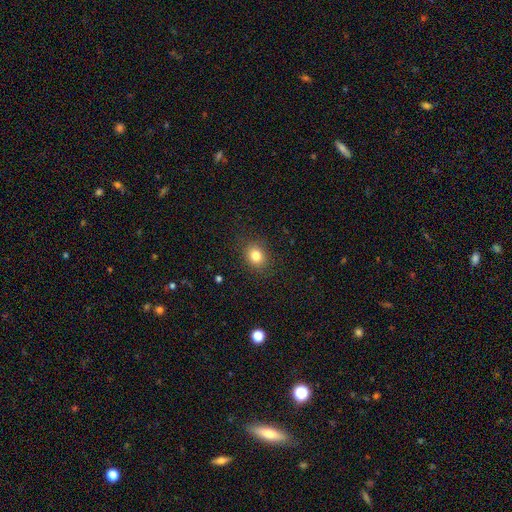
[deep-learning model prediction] A smooth galaxy with no disk features (82%) that is round (57%).

Vote fractions:
- Smooth or featured? smooth: 82% / star or artifact: 11% / featured or disk: 7%
- How rounded? round: 57% / in between: 42% / cigar-shaped: 1%
- Merging? none: 87% / minor disturbance: 9% / major disturbance: 3% / merger: 1%